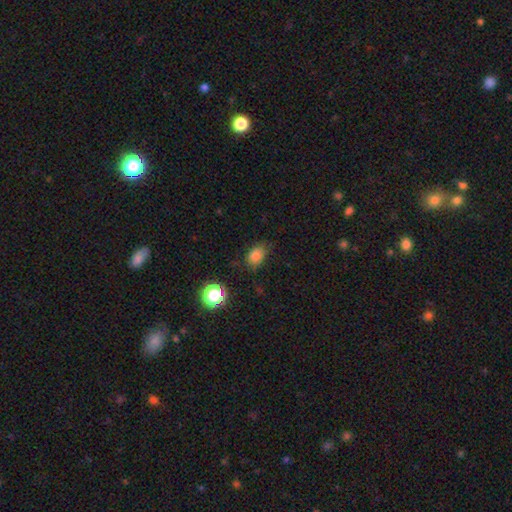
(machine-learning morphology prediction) This is likely a smooth galaxy (80%). How rounded: likely in between (70%). Merging: likely none (72%).